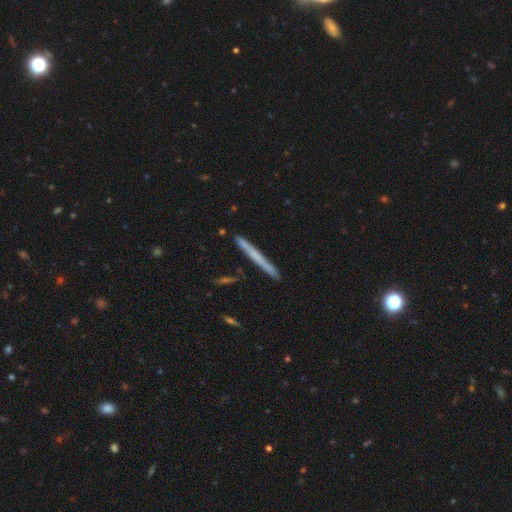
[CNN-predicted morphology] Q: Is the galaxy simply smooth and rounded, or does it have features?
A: smooth — 51%.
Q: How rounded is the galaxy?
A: cigar-shaped — 97%.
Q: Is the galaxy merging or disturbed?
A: none — 89%.